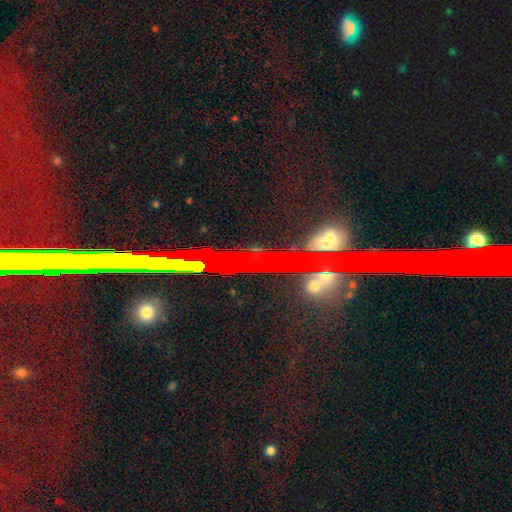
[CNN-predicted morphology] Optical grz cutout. It shows a star or artifact, not a galaxy (76%).